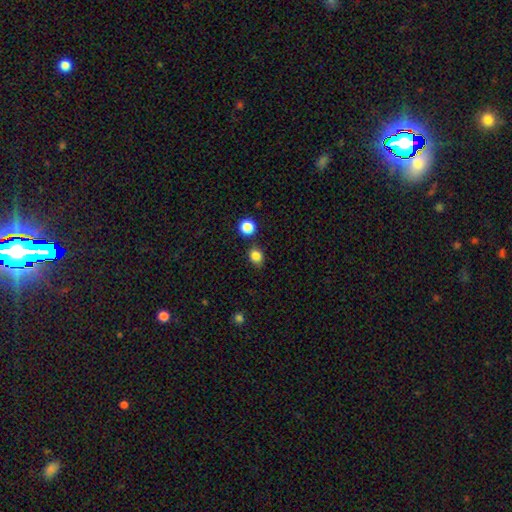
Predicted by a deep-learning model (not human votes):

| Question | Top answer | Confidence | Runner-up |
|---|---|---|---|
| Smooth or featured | smooth | 83% | star or artifact (12%) |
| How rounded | round | 66% | in between (33%) |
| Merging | none | 77% | minor disturbance (13%) |